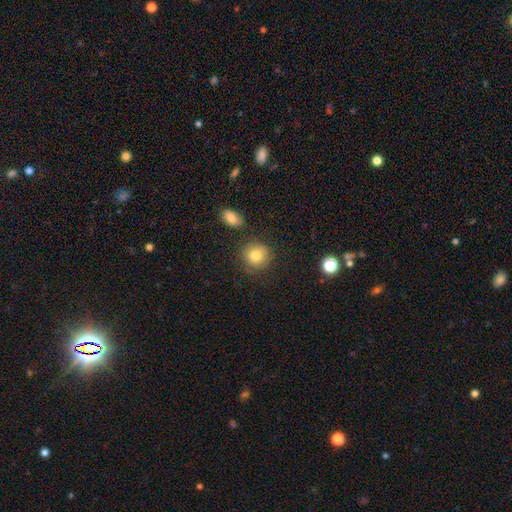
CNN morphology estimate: The model was most divided on "merging": none: 78%, minor disturbance: 12%, merger: 6%, major disturbance: 4%. More confident: how rounded — round (85%); smooth or featured — smooth (83%).